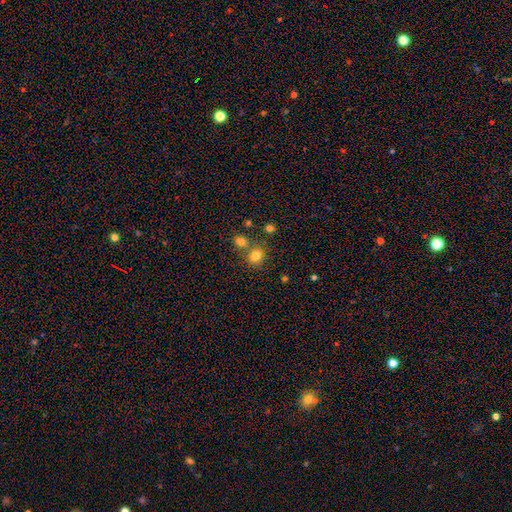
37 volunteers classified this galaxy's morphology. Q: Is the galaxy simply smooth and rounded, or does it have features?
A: smooth — 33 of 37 (89%).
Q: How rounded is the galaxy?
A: round — 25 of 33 (76%).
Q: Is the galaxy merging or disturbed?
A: none — 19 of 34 (56%).